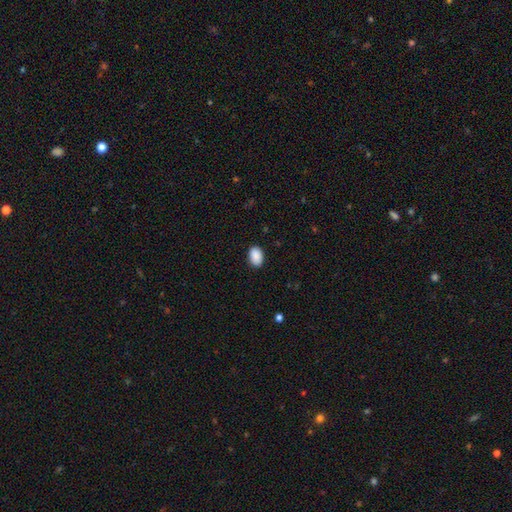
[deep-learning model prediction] Smooth or featured? smooth (90%)
How rounded? in between (87%)
Merging? none (88%)